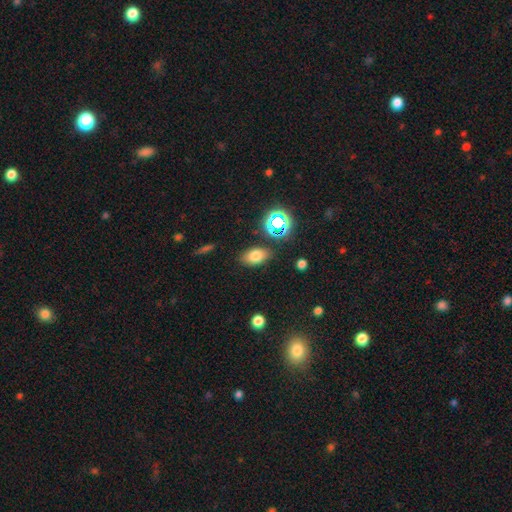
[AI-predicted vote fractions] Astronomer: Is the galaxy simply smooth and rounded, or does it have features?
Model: smooth — 74%.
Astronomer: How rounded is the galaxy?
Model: in between — 86%.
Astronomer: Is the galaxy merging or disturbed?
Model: none — 82%.